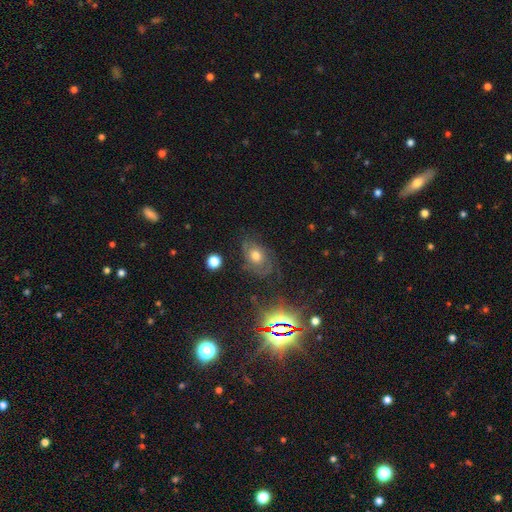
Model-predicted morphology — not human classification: smooth_or_featured: featured or disk (p=0.48) [alt: smooth p=0.34]
merging: none (p=0.61) [alt: minor disturbance p=0.22]